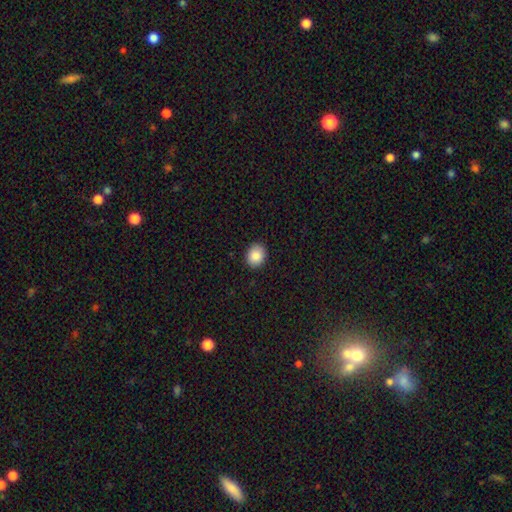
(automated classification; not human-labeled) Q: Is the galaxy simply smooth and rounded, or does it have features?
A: smooth — 88%.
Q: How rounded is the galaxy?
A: round — 62%.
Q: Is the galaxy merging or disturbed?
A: none — 91%.